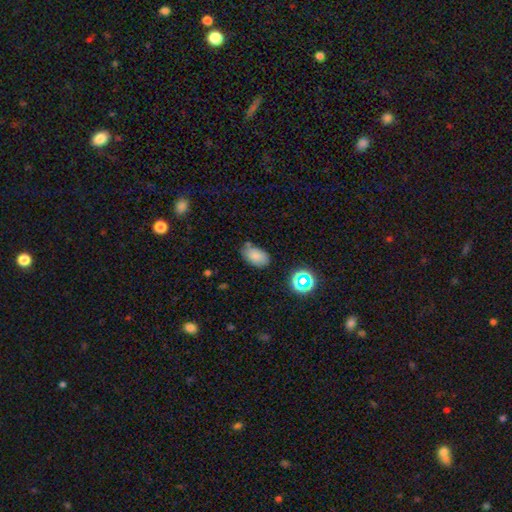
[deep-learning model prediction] This appears to be a smooth galaxy with no disk features (80%) that is in between round and cigar-shaped (90%). Merging: none (70%).